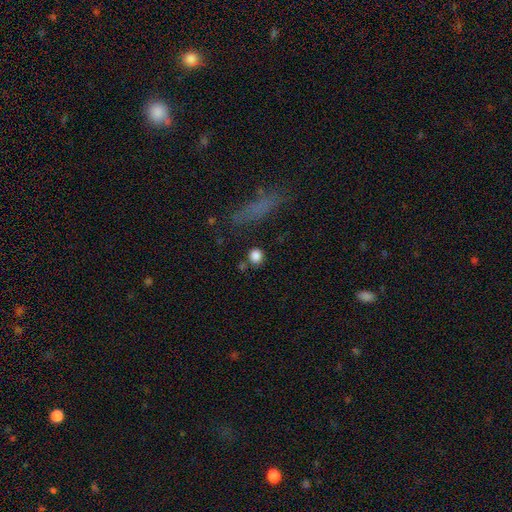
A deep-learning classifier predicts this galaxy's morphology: Smooth or featured: smooth — 84% (star or artifact — 11%)
How rounded: round — 88% (in between — 11%)
Merging: none — 77% (minor disturbance — 10%)